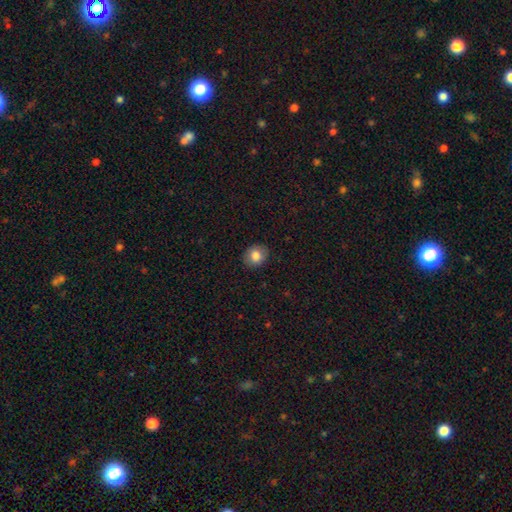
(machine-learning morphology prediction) Smooth or featured: smooth — 81% (featured or disk — 10%)
How rounded: round — 66% (in between — 33%)
Merging: none — 89% (minor disturbance — 8%)